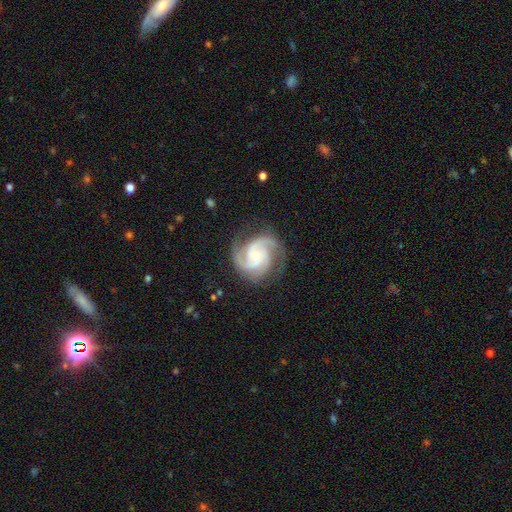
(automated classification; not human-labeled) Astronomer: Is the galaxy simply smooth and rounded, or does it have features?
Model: featured or disk — 92%.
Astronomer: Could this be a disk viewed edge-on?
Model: no — 98%.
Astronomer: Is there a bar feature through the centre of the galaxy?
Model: no — 66%.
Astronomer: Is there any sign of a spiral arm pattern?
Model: yes — 99%.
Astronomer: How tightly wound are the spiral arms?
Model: medium — 47% (runner-up: tight, 46%).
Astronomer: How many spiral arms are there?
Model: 3 — 55% (runner-up: 2, 31%).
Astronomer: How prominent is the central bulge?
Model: small — 54% (runner-up: moderate, 42%).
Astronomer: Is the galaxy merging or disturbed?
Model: none — 78%.